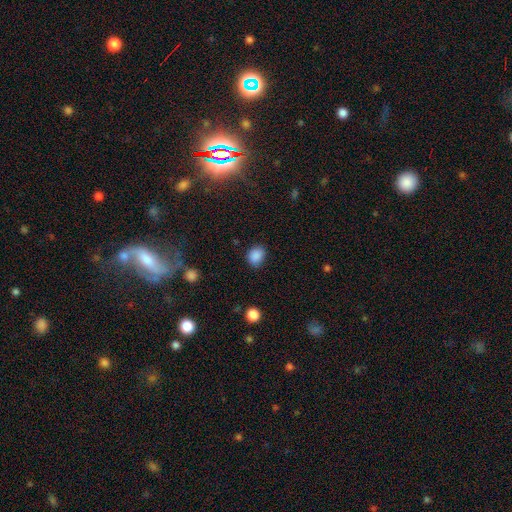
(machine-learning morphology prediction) Smooth or featured?
  - smooth: 87% *
  - star or artifact: 10%
  - featured or disk: 3%
How rounded?
  - in between: 50% *
  - round: 49%
  - cigar-shaped: 1%
Merging?
  - none: 79% *
  - minor disturbance: 16%
  - major disturbance: 4%
  - merger: 1%